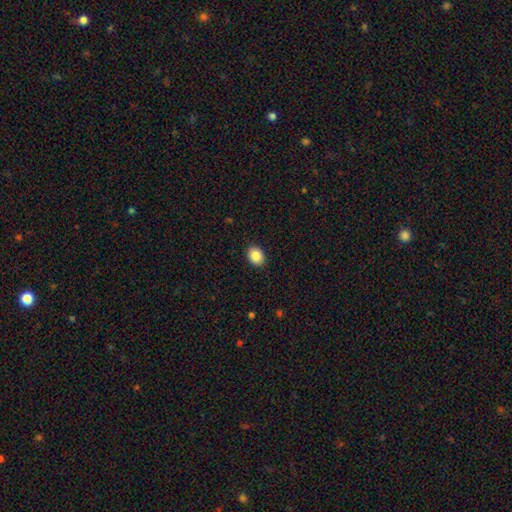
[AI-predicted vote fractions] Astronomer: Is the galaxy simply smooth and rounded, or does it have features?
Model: smooth — 86%.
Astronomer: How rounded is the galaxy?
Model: in between — 56% (runner-up: round, 43%).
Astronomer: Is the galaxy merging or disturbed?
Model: none — 90%.